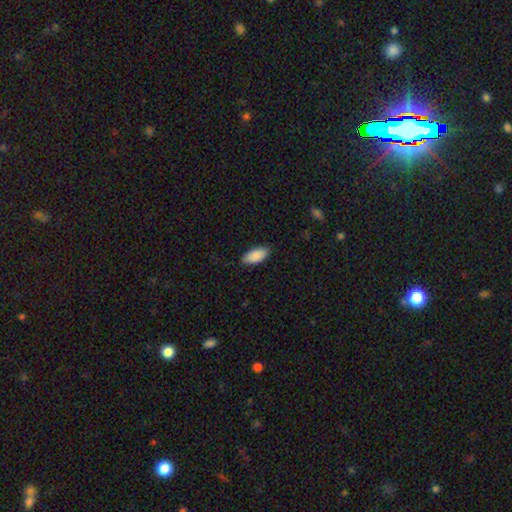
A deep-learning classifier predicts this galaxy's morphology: Smooth or featured? Predicted: smooth (p=0.89). How rounded? Predicted: in between (p=0.91). Merging? Predicted: none (p=0.86).